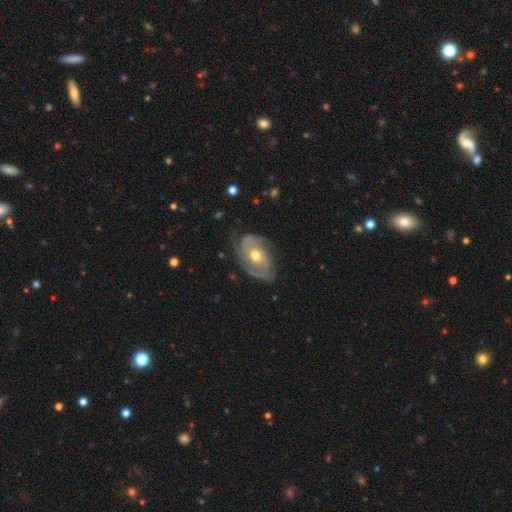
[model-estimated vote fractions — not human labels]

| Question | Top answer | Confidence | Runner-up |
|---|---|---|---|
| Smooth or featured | featured or disk | 87% | smooth (8%) |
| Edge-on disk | no | 96% | yes (4%) |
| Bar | no | 71% | weak (22%) |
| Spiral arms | yes | 96% | no (4%) |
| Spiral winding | tight | 54% | medium (36%) |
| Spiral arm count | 2 | 54% | 3 (20%) |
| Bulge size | moderate | 72% | small (23%) |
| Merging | none | 70% | minor disturbance (21%) |